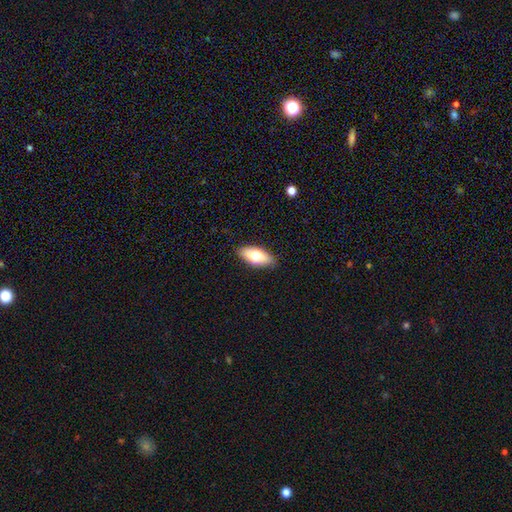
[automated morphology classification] smooth 70%, featured or disk 24%, star or artifact 6%. Down the decision tree: how rounded — in between (86%); merging — none (87%).